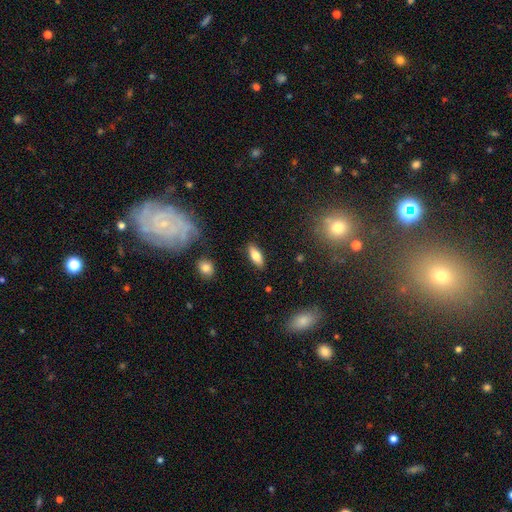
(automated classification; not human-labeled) This appears to be a smooth galaxy with no disk features (76%) that is in between round and cigar-shaped (76%). Merging: none (86%).